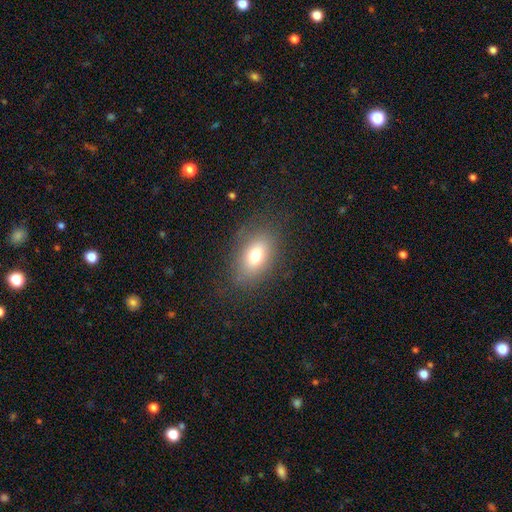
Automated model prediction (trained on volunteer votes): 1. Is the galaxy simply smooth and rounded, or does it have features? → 73% smooth, 15% featured or disk, 12% star or artifact.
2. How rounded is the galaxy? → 81% in between, 17% round, 2% cigar-shaped.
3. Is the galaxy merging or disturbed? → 80% none, 13% minor disturbance, 6% major disturbance, 1% merger.